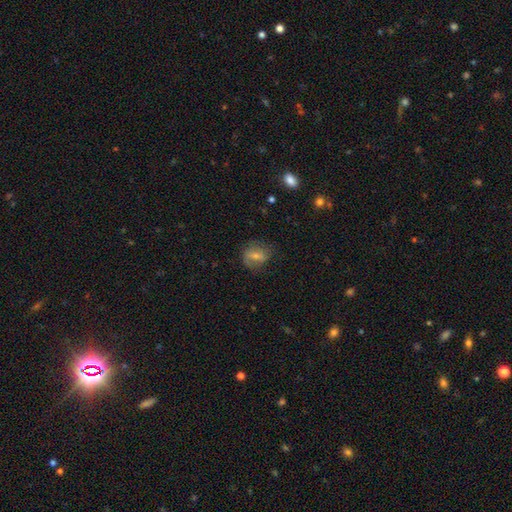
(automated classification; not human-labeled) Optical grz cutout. It shows a smooth galaxy with no disk features (53%) that is in between round and cigar-shaped (51%). Merging: none (66%).